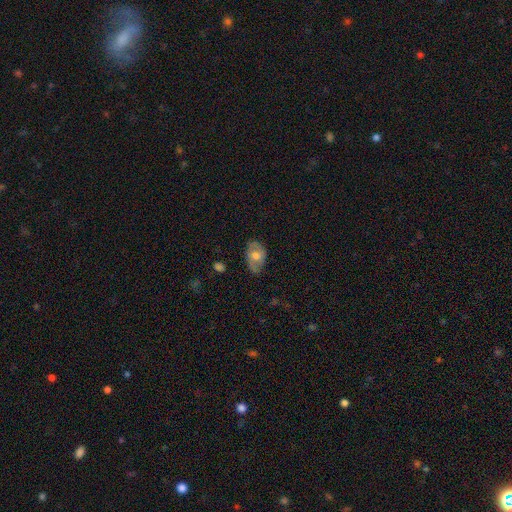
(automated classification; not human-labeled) This appears to be a smooth galaxy with no disk features (55%) that is in between round and cigar-shaped (86%). Merging: none (65%).